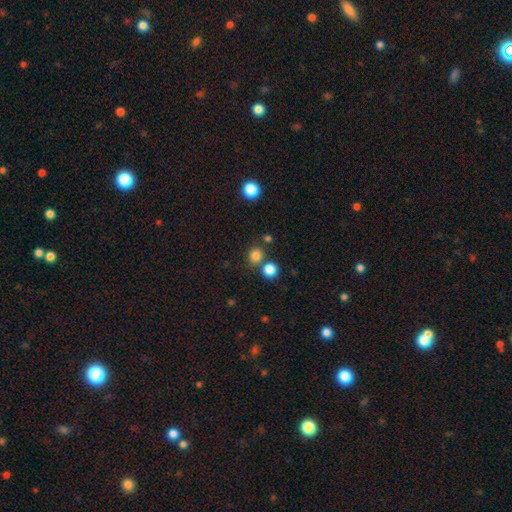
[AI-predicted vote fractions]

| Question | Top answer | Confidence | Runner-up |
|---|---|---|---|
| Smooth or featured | smooth | 80% | star or artifact (15%) |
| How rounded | round | 83% | in between (16%) |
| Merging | none | 75% | merger (14%) |